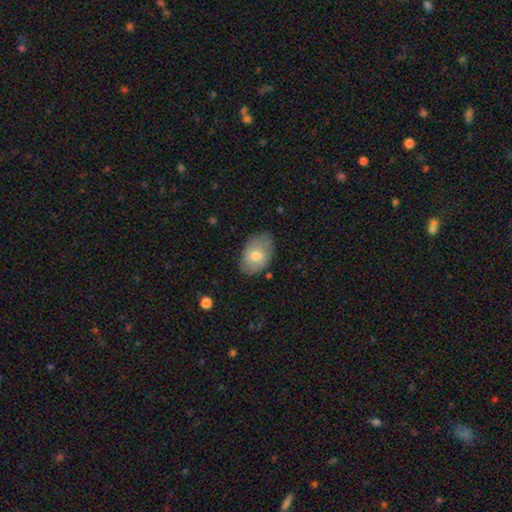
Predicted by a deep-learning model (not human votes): This is likely a smooth galaxy (69%). How rounded: clearly in between (87%). Merging: likely none (75%).